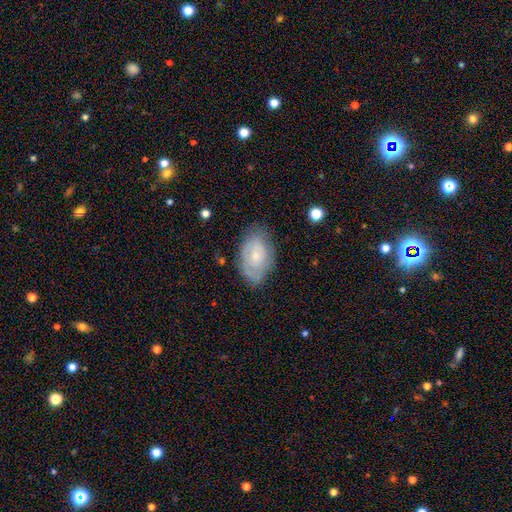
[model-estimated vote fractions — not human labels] Smooth or featured?
  - featured or disk: 52% *
  - smooth: 40%
  - star or artifact: 7%
Edge-on disk?
  - no: 94% *
  - yes: 6%
Merging?
  - none: 69% *
  - minor disturbance: 23%
  - major disturbance: 6%
  - merger: 2%